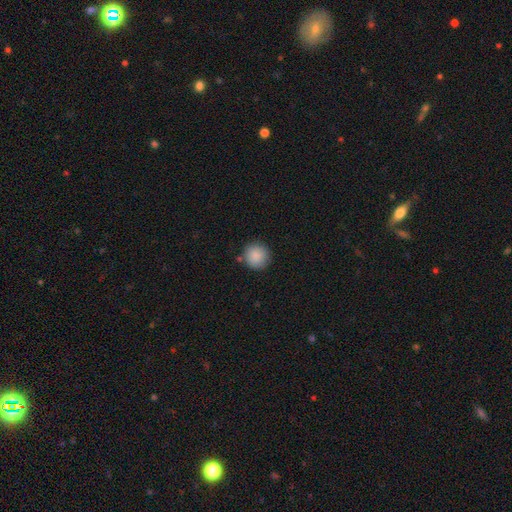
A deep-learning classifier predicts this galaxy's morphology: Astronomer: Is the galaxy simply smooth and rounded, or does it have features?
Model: smooth — 89%.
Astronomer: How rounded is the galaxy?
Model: round — 94%.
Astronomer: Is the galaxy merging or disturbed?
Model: none — 86%.